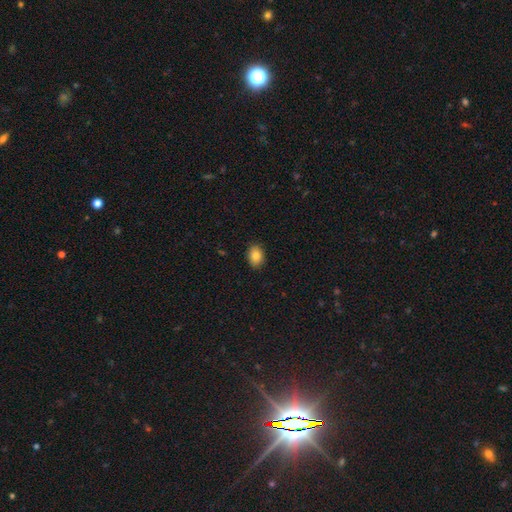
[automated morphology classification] Q: Smooth or featured?
A: smooth (84%); runner-up: star or artifact (8%)
Q: How rounded?
A: in between (73%); runner-up: round (26%)
Q: Merging?
A: none (89%); runner-up: minor disturbance (9%)